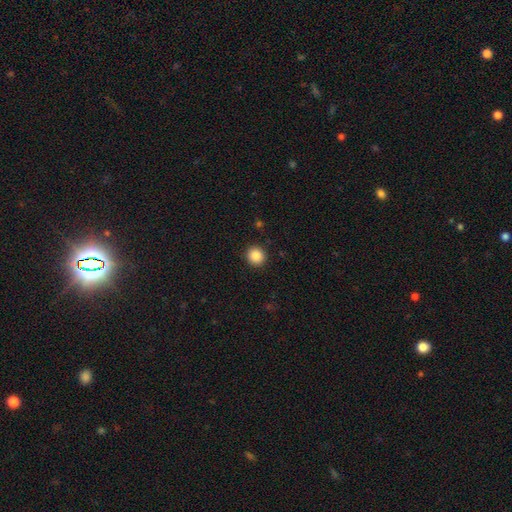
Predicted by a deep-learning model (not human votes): The model was most divided on "smooth or featured": smooth: 88%, star or artifact: 9%, featured or disk: 3%. More confident: merging — none (92%); how rounded — round (90%).